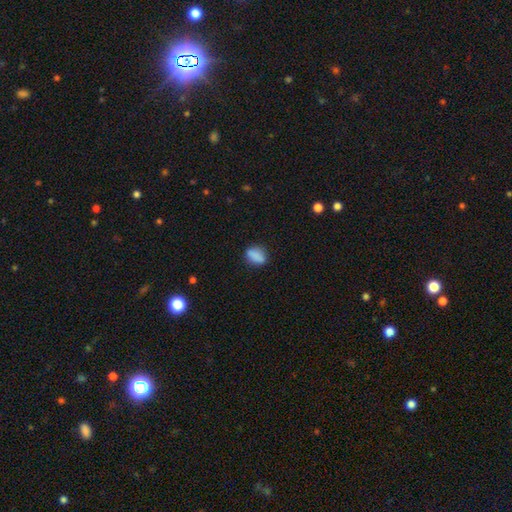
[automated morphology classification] smooth 83%, star or artifact 9%, featured or disk 8%. Down the decision tree: how rounded — in between (70%); merging — none (75%).